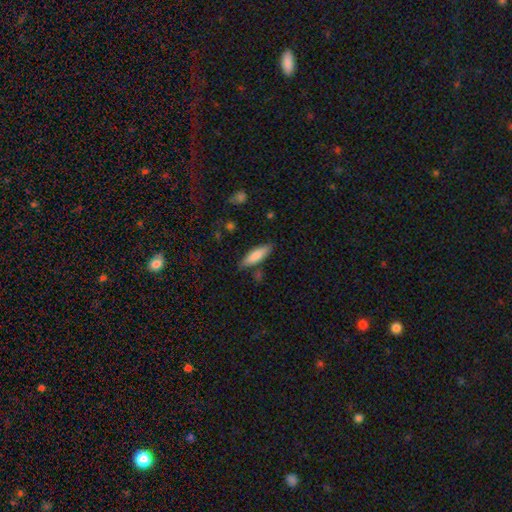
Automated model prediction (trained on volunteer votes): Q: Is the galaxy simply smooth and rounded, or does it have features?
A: smooth — 81%.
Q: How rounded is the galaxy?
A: cigar-shaped — 61%.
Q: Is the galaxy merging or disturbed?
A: none — 81%.